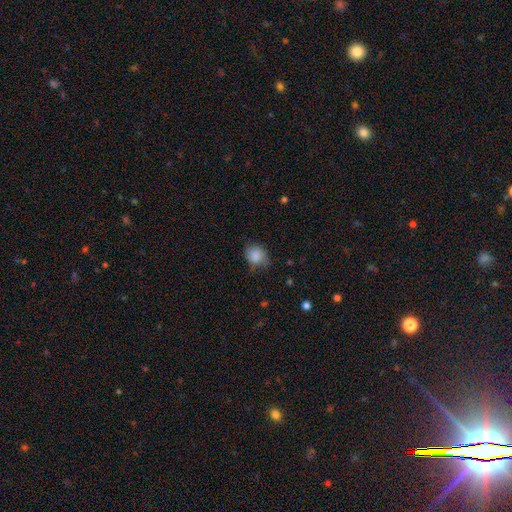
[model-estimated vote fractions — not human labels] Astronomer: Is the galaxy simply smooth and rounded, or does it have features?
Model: smooth — 84%.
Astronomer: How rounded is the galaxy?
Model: round — 51% (runner-up: in between, 48%).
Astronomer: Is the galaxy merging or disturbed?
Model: none — 59%.